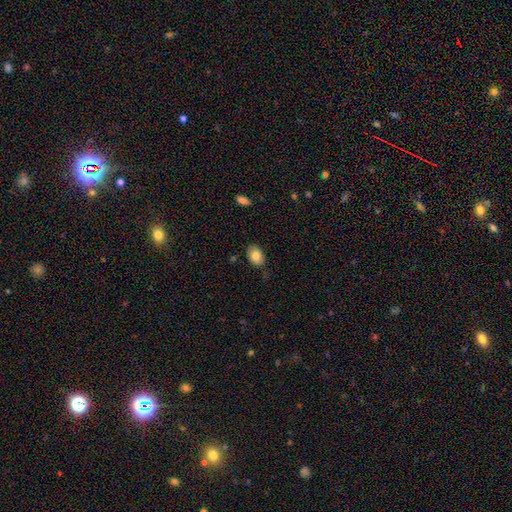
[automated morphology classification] type=smooth (82%); roundness=in between (81%); merging=none (77%).